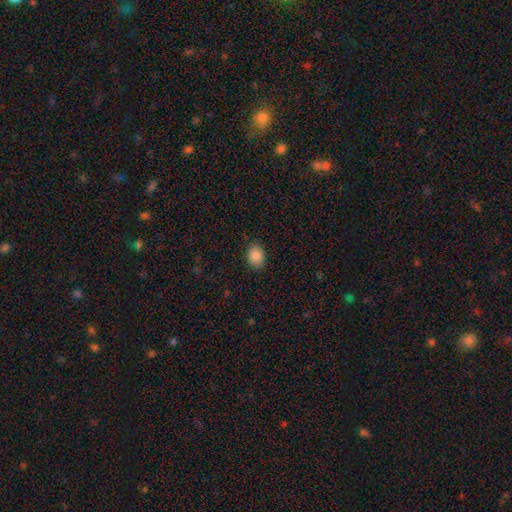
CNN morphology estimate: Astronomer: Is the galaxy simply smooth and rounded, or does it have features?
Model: smooth — 88%.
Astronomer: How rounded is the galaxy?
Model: in between — 59% (runner-up: round, 40%).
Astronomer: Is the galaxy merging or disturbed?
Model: none — 87%.